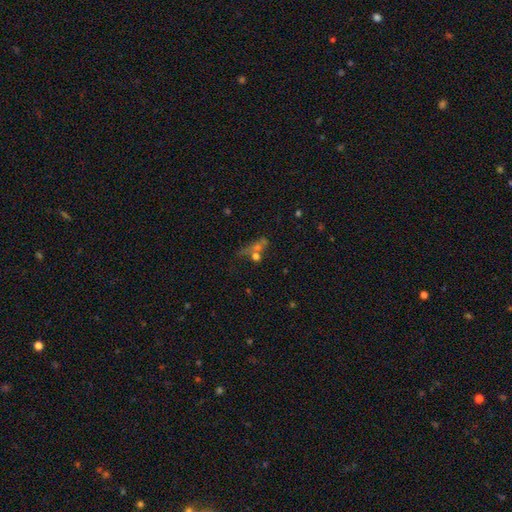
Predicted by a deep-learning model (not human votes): Smooth or featured: smooth — 38% (star or artifact — 33%)
Merging: none — 38% (merger — 32%)